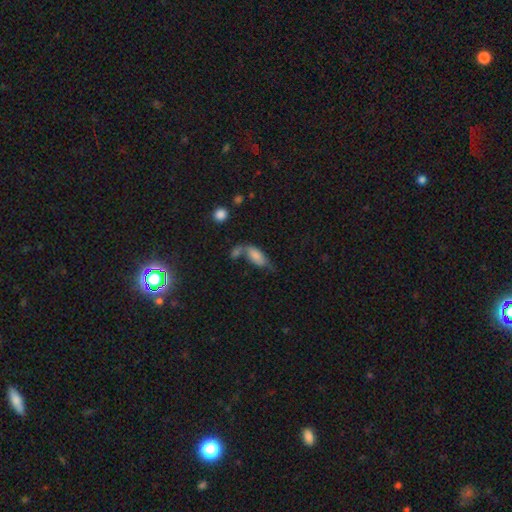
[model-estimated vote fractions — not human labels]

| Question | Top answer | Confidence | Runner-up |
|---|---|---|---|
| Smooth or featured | smooth | 77% | featured or disk (14%) |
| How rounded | in between | 84% | cigar-shaped (13%) |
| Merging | merger | 33% | tied: none (33%) |